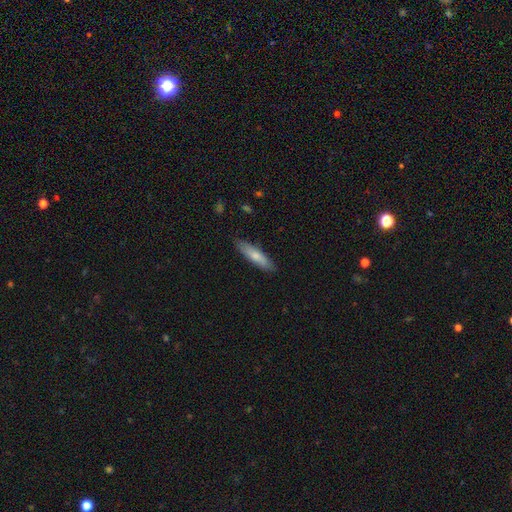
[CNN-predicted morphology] The model was most divided on "smooth or featured": smooth: 73%, featured or disk: 22%, star or artifact: 5%. More confident: merging — none (86%); how rounded — cigar-shaped (75%).